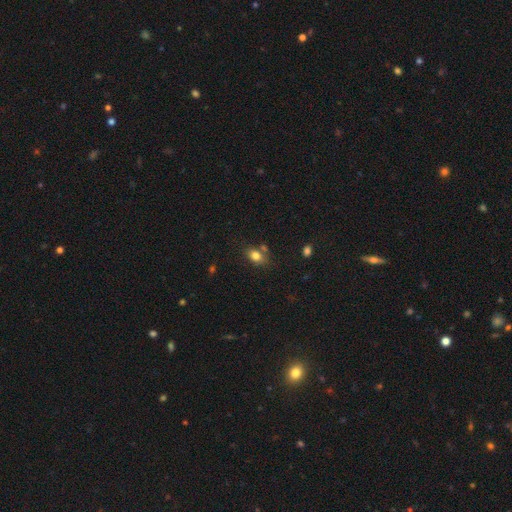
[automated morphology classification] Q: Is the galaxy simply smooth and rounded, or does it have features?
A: smooth — 81%.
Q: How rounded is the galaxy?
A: in between — 74%.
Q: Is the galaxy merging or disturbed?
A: none — 67%.